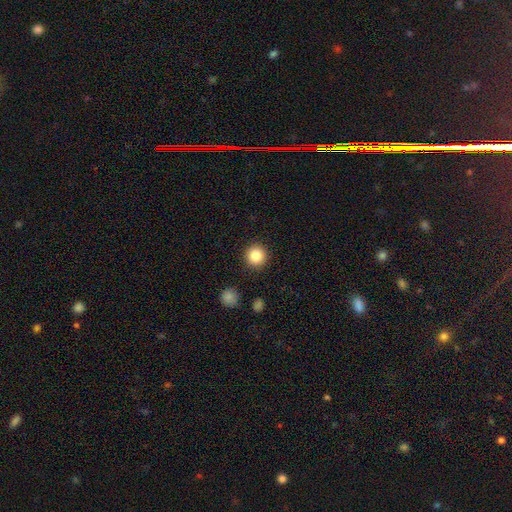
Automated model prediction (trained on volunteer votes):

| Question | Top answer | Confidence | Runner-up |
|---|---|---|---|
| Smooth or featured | smooth | 85% | star or artifact (10%) |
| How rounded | round | 93% | in between (6%) |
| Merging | none | 91% | minor disturbance (5%) |